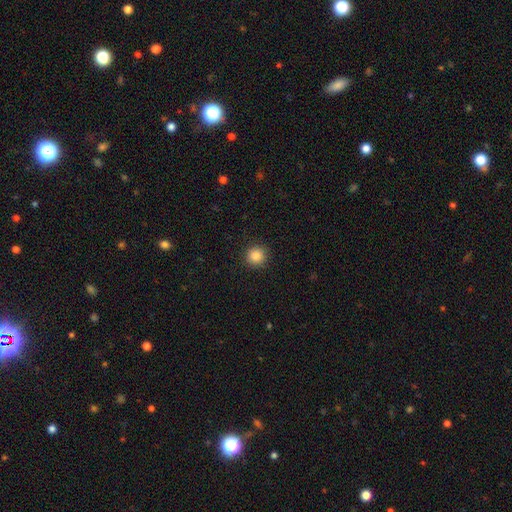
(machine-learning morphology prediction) A smooth galaxy with no disk features (85%) that is round (94%).

Vote fractions:
- Smooth or featured? smooth: 85% / star or artifact: 10% / featured or disk: 4%
- How rounded? round: 94% / in between: 5% / cigar-shaped: 1%
- Merging? none: 92% / minor disturbance: 5% / major disturbance: 2% / merger: 1%